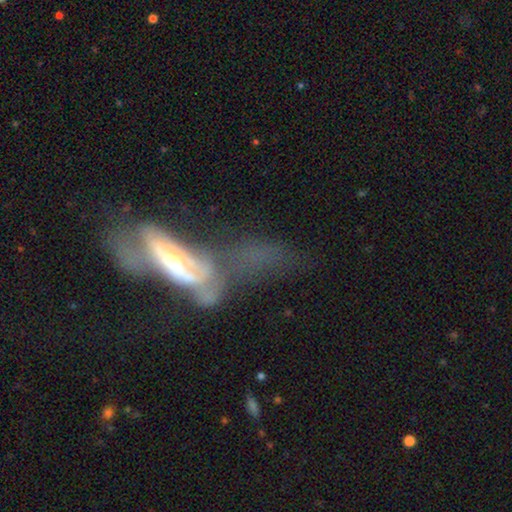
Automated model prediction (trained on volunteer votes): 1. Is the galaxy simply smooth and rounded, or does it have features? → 63% featured or disk, 25% smooth, 12% star or artifact.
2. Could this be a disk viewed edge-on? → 69% no, 31% yes.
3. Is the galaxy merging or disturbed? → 41% major disturbance, 30% merger, 17% none, 12% minor disturbance.